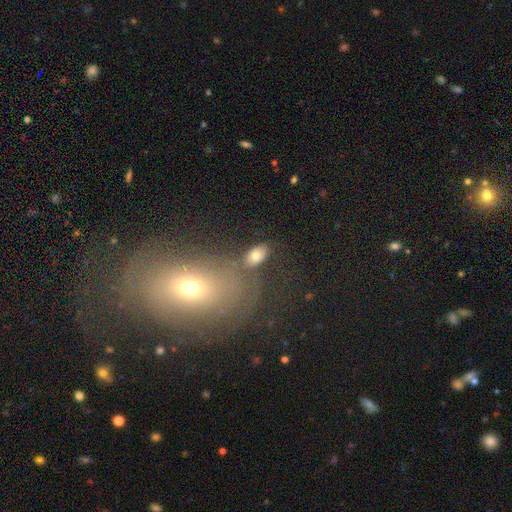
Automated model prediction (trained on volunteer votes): A smooth galaxy with no disk features (75%) that is in between round and cigar-shaped (90%).

Vote fractions:
- Smooth or featured? smooth: 75% / featured or disk: 14% / star or artifact: 11%
- How rounded? in between: 90% / round: 8% / cigar-shaped: 2%
- Merging? none: 73% / minor disturbance: 12% / merger: 9% / major disturbance: 6%